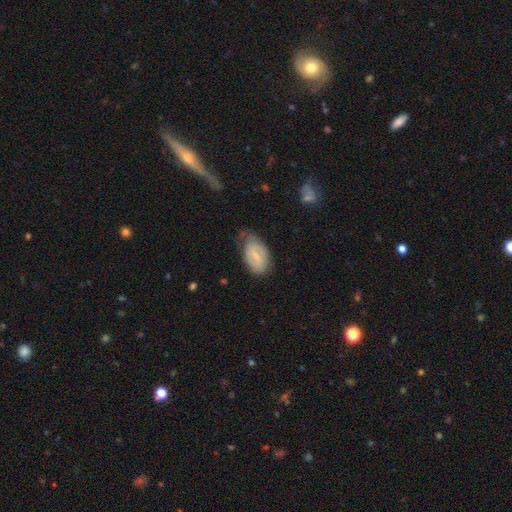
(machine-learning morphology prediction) type=smooth (50%); merging=none (48%).